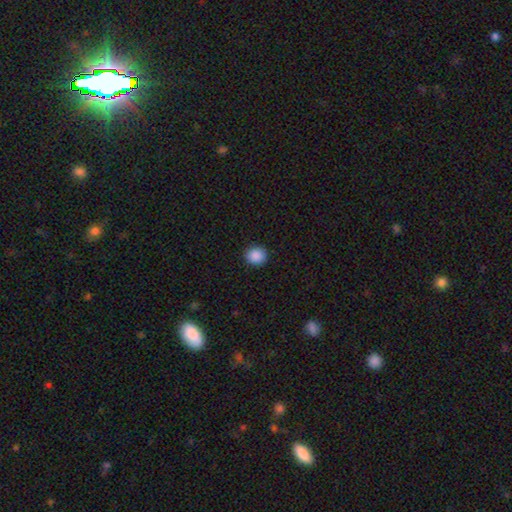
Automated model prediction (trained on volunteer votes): A smooth galaxy with no disk features (89%) that is round (85%). Merging: none (90%).